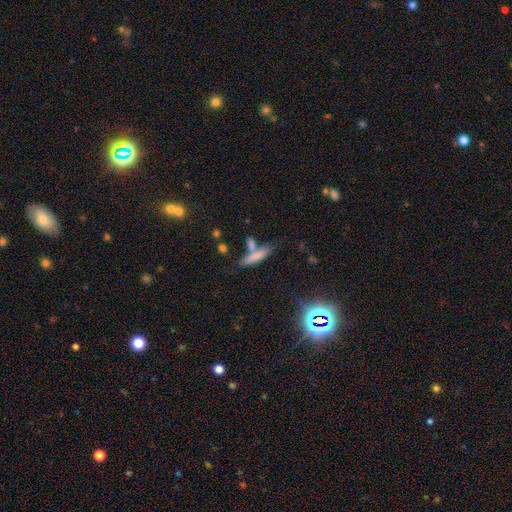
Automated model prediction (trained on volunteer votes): A smooth galaxy with no disk features (70%) that is cigar-shaped (79%). Merging: none (55%).